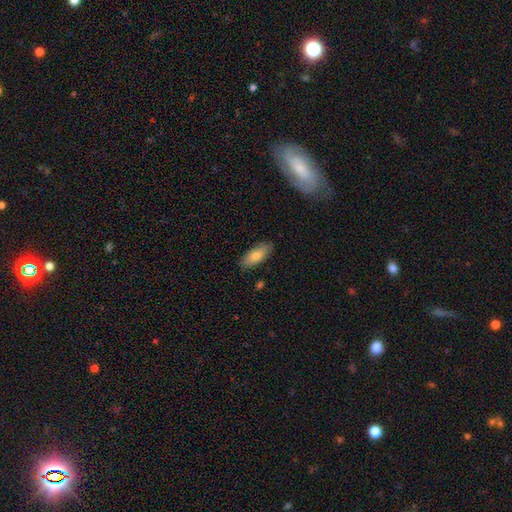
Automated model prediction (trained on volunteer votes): This is likely a smooth galaxy (73%). How rounded: clearly in between (82%). Merging: clearly none (87%).